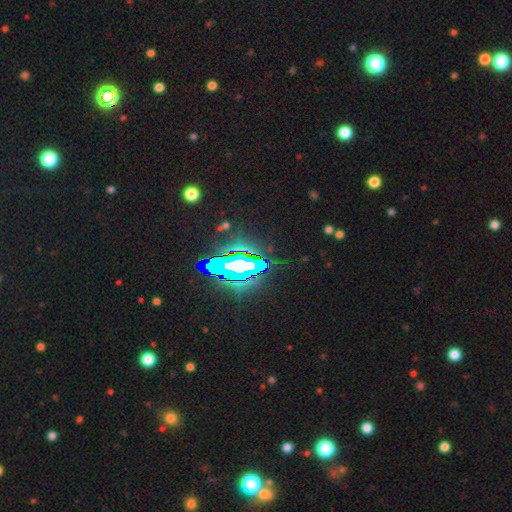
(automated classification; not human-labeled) Morphology: type=star or artifact (77%).